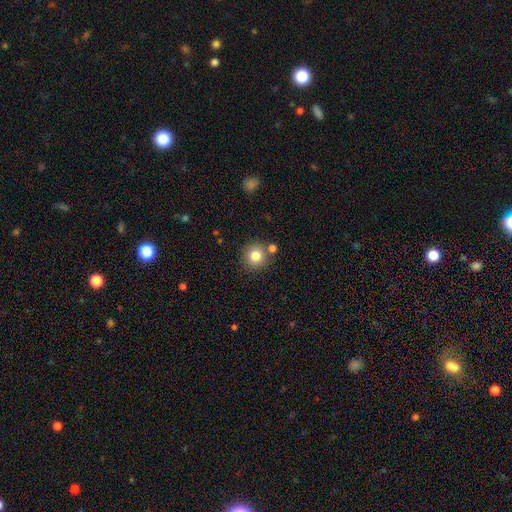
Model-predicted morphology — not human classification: Q: Smooth or featured?
A: smooth (80%); runner-up: star or artifact (11%)
Q: How rounded?
A: round (92%); runner-up: in between (7%)
Q: Merging?
A: none (79%); runner-up: merger (10%)